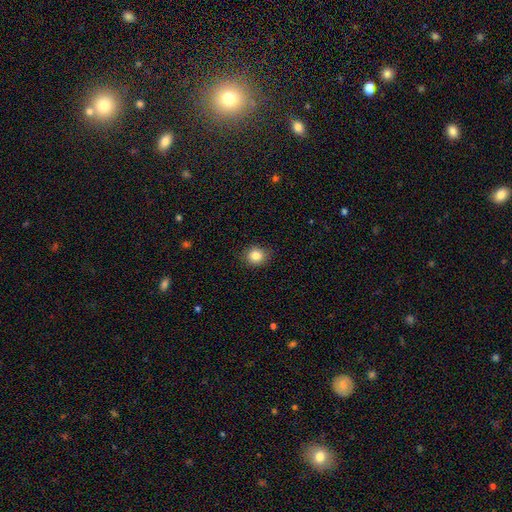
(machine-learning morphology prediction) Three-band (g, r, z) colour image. It shows a smooth galaxy with no disk features (83%) that is round (78%). Merging: none (85%).